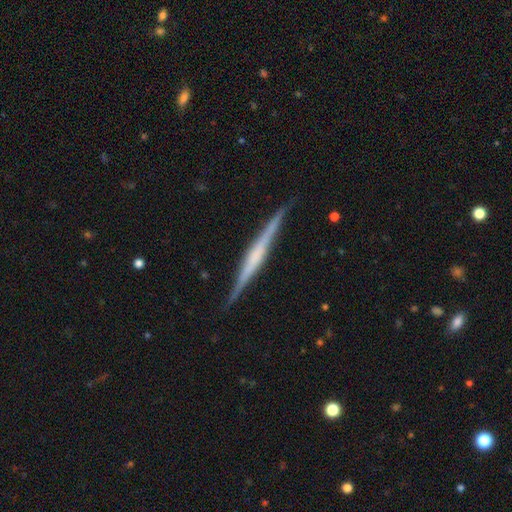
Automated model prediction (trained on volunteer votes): Morphology: type=featured or disk (75%); edge-on=yes (98%); edge-on bulge=none (36%); merging=none (88%).